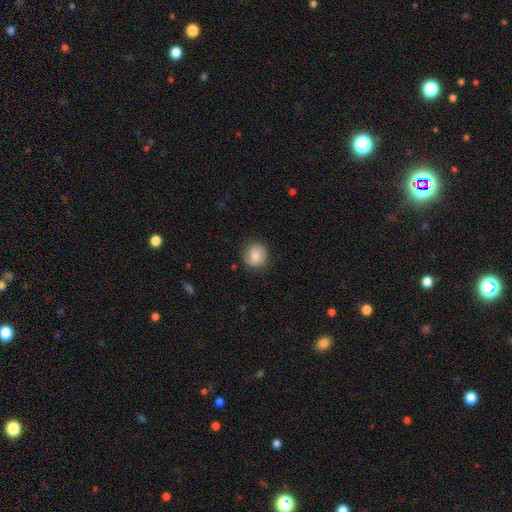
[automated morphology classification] smooth-or-featured: smooth: 79% | featured or disk: 13% | star or artifact: 8%
  how-rounded: round: 83% | in between: 17% | cigar-shaped: 1%
  merging: none: 80% | minor disturbance: 15% | major disturbance: 4% | merger: 1%